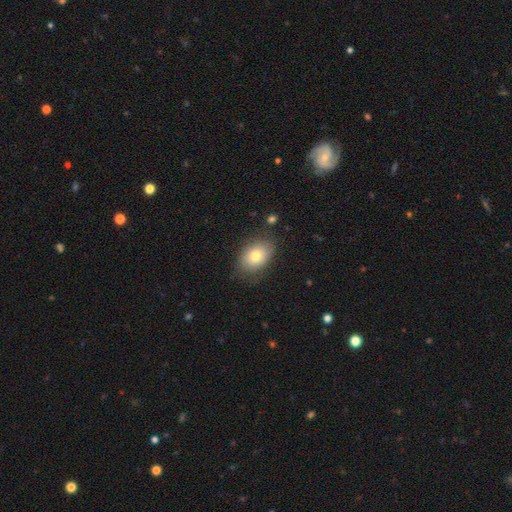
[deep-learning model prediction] Smooth or featured: smooth — 75% (featured or disk — 16%)
How rounded: in between — 79% (round — 20%)
Merging: none — 76% (minor disturbance — 18%)